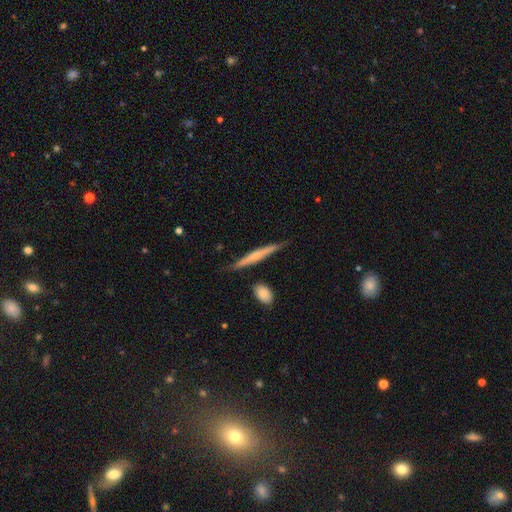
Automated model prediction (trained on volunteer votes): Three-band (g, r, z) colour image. It shows a featured or disk galaxy (60%) viewed edge-on (95%) with a rounded central bulge (54%). Merging: none (79%).